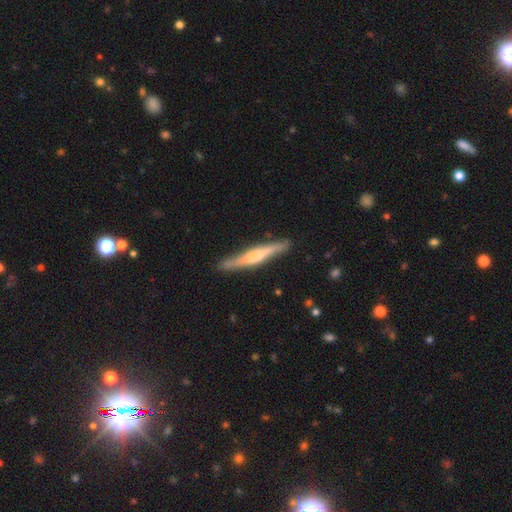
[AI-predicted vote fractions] The model was most divided on "edge-on bulge": rounded: 41%, boxy: 39%, none: 20%. More confident: edge-on disk — yes (95%); merging — none (85%); smooth or featured — featured or disk (57%).